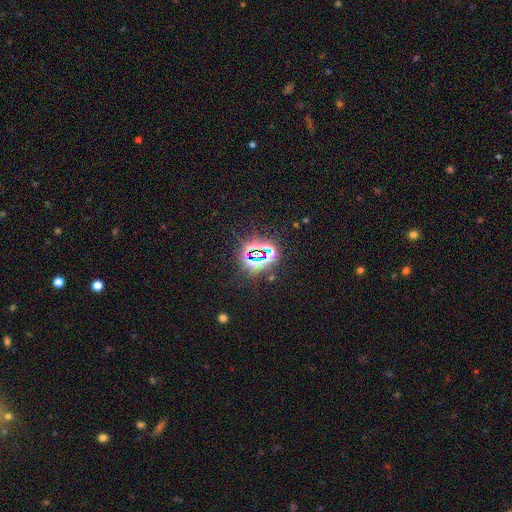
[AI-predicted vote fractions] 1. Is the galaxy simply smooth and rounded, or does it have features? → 81% star or artifact, 11% smooth, 8% featured or disk.